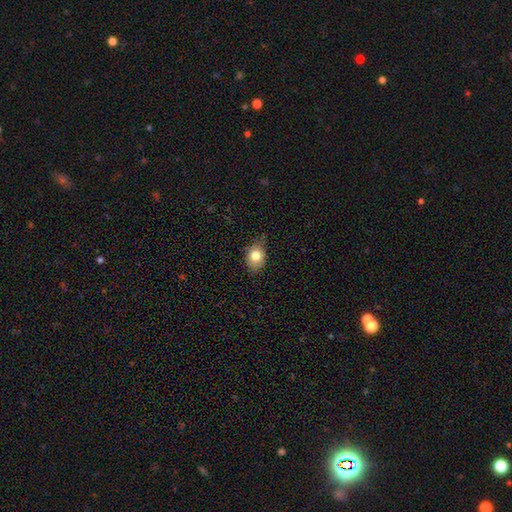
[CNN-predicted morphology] smooth 79%, featured or disk 12%, star or artifact 10%. Down the decision tree: how rounded — in between (57%); merging — none (68%).